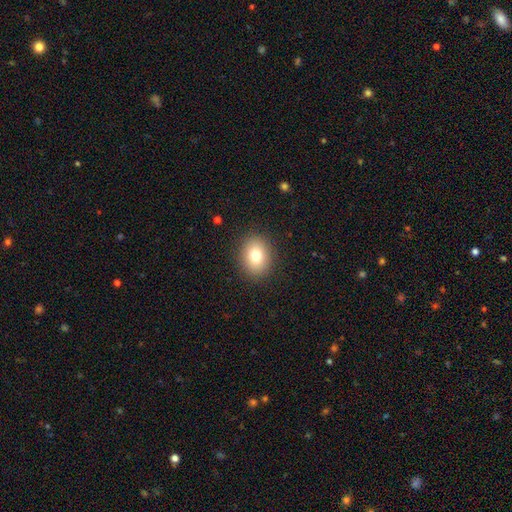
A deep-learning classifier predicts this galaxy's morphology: Q: Smooth or featured?
A: smooth (78%); runner-up: featured or disk (11%)
Q: How rounded?
A: in between (50%); runner-up: round (49%)
Q: Merging?
A: none (89%); runner-up: minor disturbance (7%)